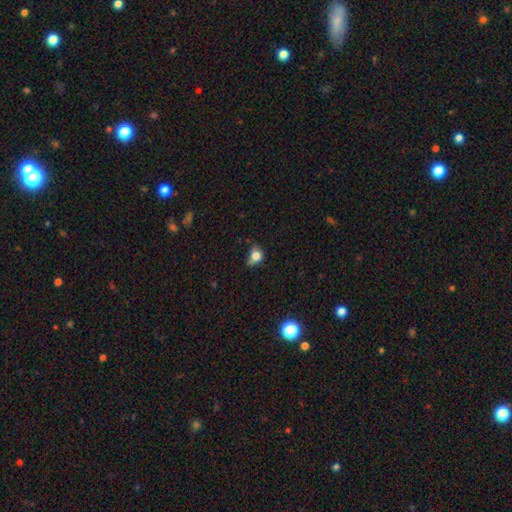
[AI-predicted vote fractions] Smooth or featured?
  - smooth: 76% *
  - featured or disk: 12%
  - star or artifact: 12%
How rounded?
  - round: 50% *
  - in between: 48%
  - cigar-shaped: 2%
Merging?
  - minor disturbance: 42% *
  - none: 35%
  - major disturbance: 19%
  - merger: 5%